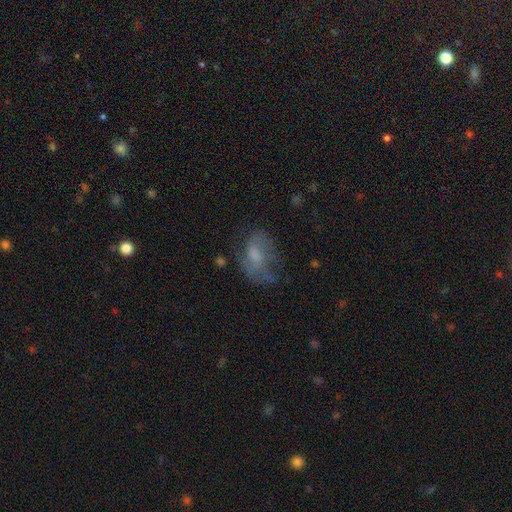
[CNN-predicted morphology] type=smooth (47%); merging=none (41%).